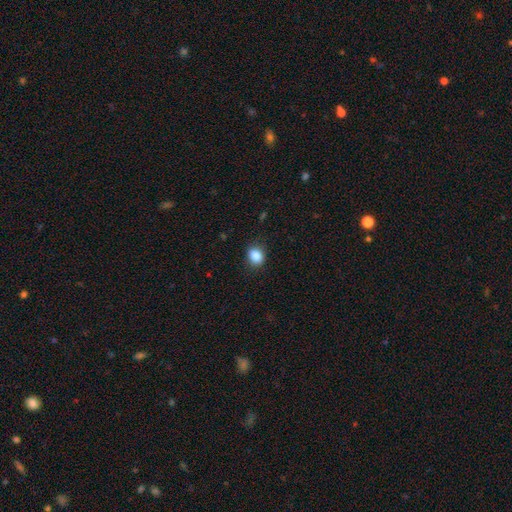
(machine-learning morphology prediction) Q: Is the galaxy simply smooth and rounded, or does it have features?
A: smooth — 86%.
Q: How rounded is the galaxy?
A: in between — 52%.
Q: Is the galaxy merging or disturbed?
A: none — 84%.